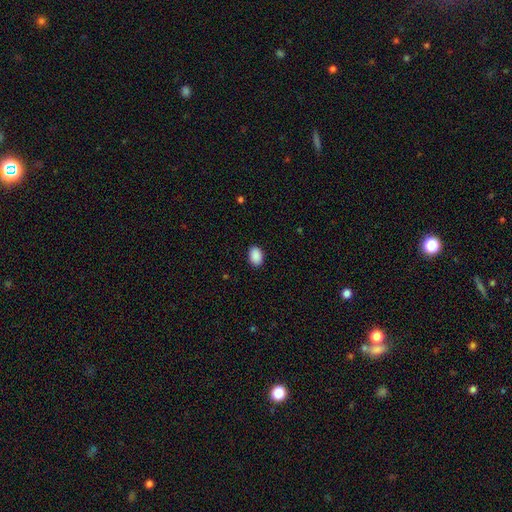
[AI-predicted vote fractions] Smooth or featured? smooth (90%)
How rounded? in between (81%)
Merging? none (89%)